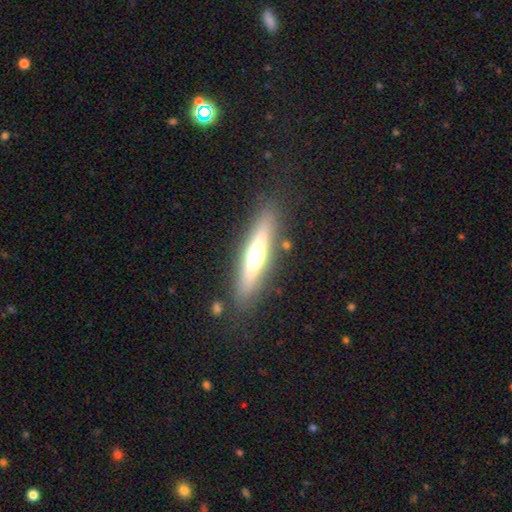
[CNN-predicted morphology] Overall: featured or disk (55%; smooth 36%). Edge-on disk: yes (88%). Merging: none (84%).